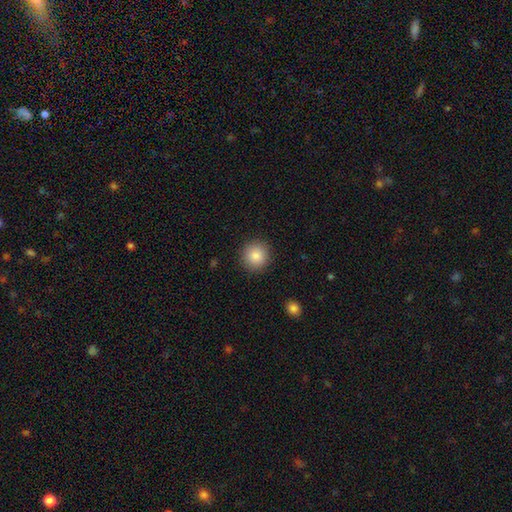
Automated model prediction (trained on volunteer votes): smooth 87%, star or artifact 9%, featured or disk 5%. Down the decision tree: how rounded — round (93%); merging — none (91%).